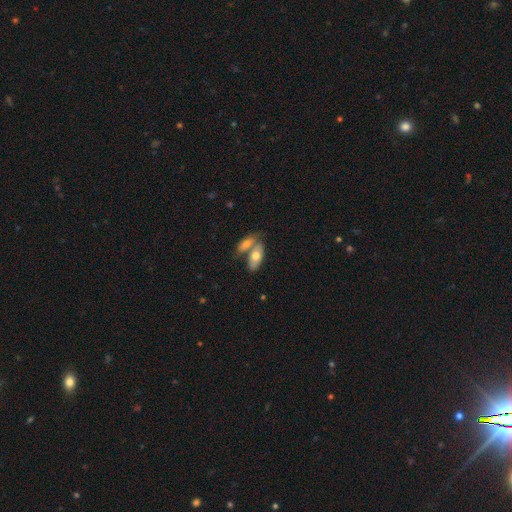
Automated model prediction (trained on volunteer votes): Overall: smooth (68%). How rounded: in between (89%). Merging: merger (55%; none 32%).